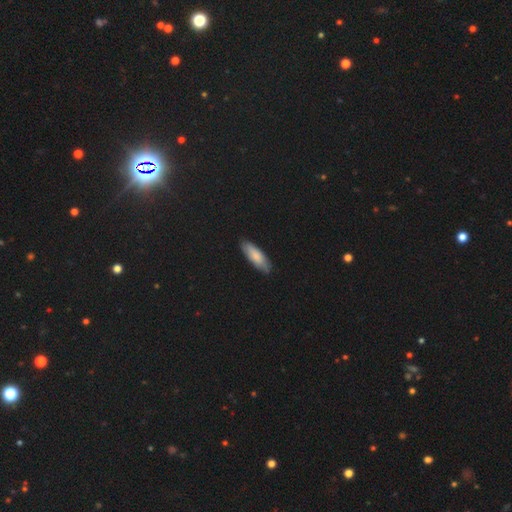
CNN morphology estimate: This is likely a smooth galaxy (80%). How rounded: possibly in between (59%). Merging: clearly none (83%).